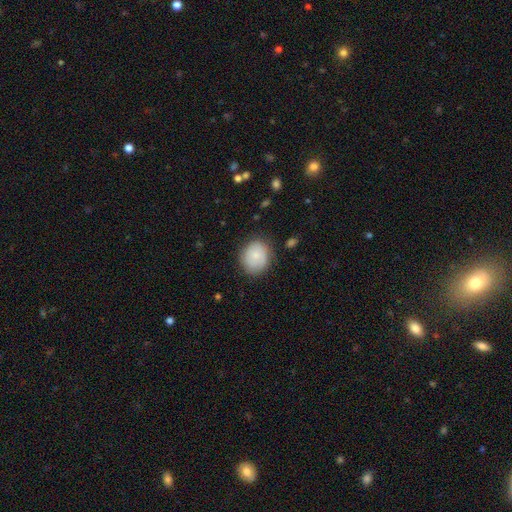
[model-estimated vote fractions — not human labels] Smooth or featured? Predicted: smooth (p=0.79). How rounded? Predicted: round (p=0.67). Merging? Predicted: none (p=0.79).